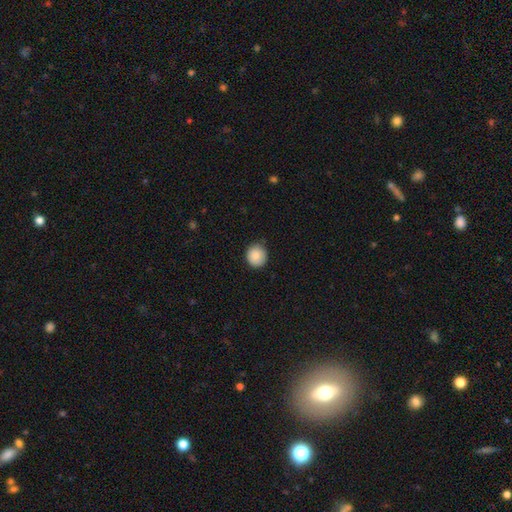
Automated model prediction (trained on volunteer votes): This is clearly a smooth galaxy (86%). How rounded: clearly round (87%). Merging: clearly none (82%).